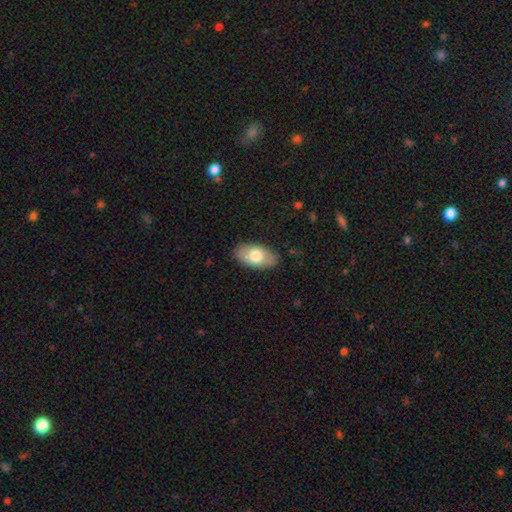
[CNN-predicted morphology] type=smooth (71%); roundness=in between (94%); merging=none (85%).